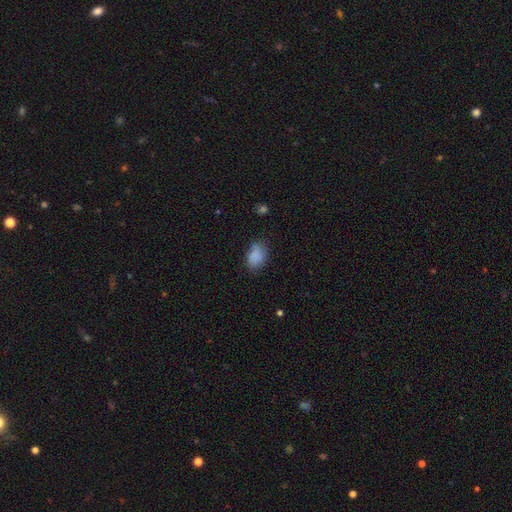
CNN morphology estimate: Smooth or featured: smooth — 84% (star or artifact — 9%)
How rounded: in between — 82% (round — 17%)
Merging: none — 61% (minor disturbance — 29%)